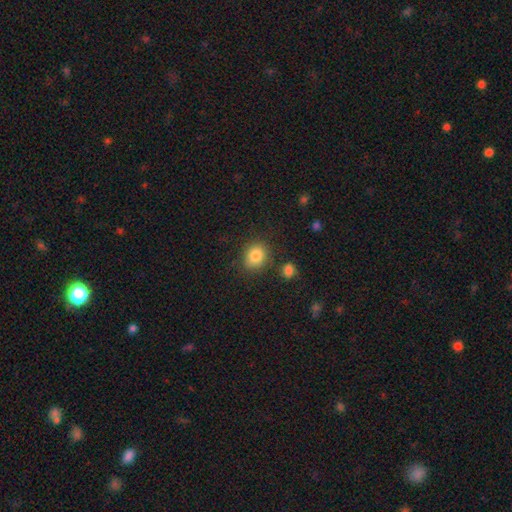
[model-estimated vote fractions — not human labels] A smooth galaxy with no disk features (84%) that is round (66%). Merging: none (81%).